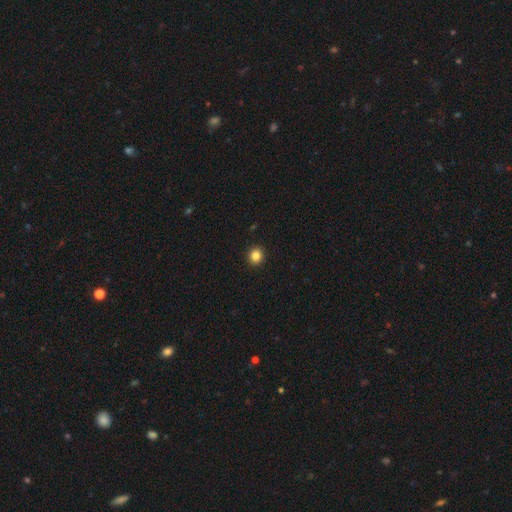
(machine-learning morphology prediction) The model was most divided on "how rounded": round: 85%, in between: 14%, cigar-shaped: 1%. More confident: merging — none (93%); smooth or featured — smooth (84%).